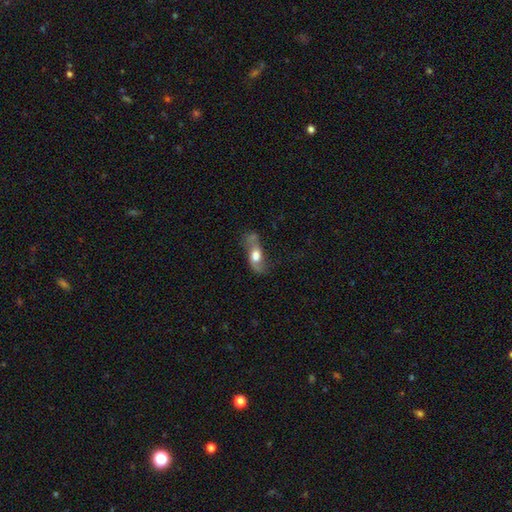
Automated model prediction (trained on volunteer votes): The model was most divided on "smooth or featured" (2-way tie): smooth: 46%, featured or disk: 46%, star or artifact: 8%. Remaining: merging — none (45%).